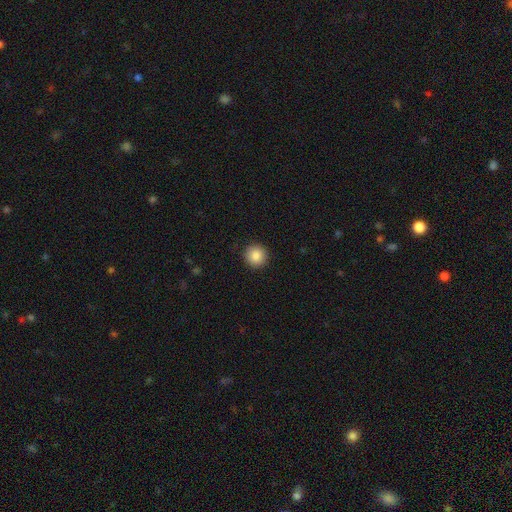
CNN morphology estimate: A smooth galaxy with no disk features (86%) that is round (95%). Merging: none (93%).